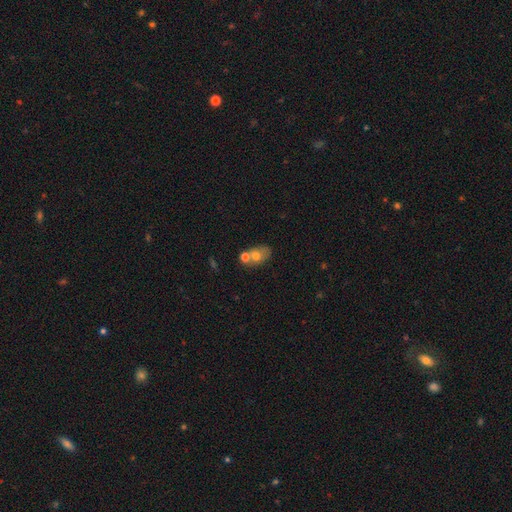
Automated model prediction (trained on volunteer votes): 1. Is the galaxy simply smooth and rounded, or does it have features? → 67% smooth, 23% featured or disk, 11% star or artifact.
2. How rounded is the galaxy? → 74% in between, 25% round, 1% cigar-shaped.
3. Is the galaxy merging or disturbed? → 41% merger, 40% none, 13% minor disturbance, 6% major disturbance.